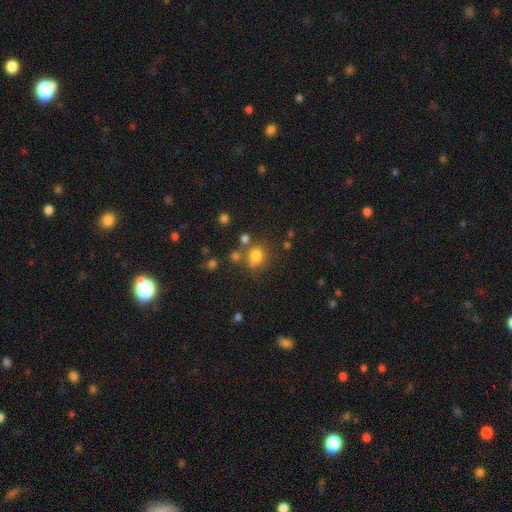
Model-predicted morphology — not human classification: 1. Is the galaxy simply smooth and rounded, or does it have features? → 76% smooth, 16% star or artifact, 8% featured or disk.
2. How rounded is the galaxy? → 68% round, 31% in between, 1% cigar-shaped.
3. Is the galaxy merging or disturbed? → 64% none, 15% merger, 15% minor disturbance, 6% major disturbance.